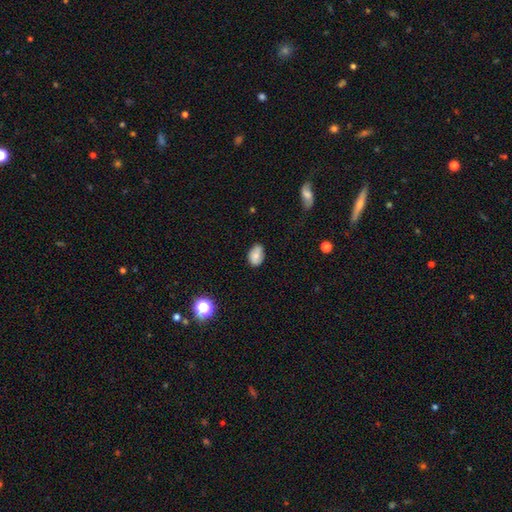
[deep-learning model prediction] smooth_or_featured: smooth (p=0.71) [alt: featured or disk p=0.20]
how_rounded: in between (p=0.82) [alt: round p=0.17]
merging: none (p=0.73) [alt: minor disturbance p=0.21]